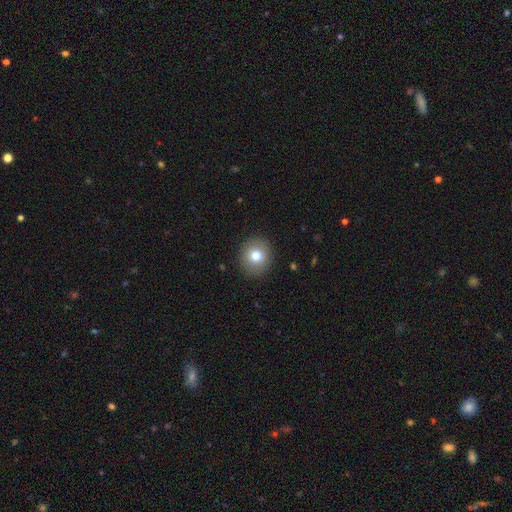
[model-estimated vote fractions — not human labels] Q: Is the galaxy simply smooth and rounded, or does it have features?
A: smooth — 79%.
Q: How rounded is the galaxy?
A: round — 79%.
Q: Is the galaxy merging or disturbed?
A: none — 90%.